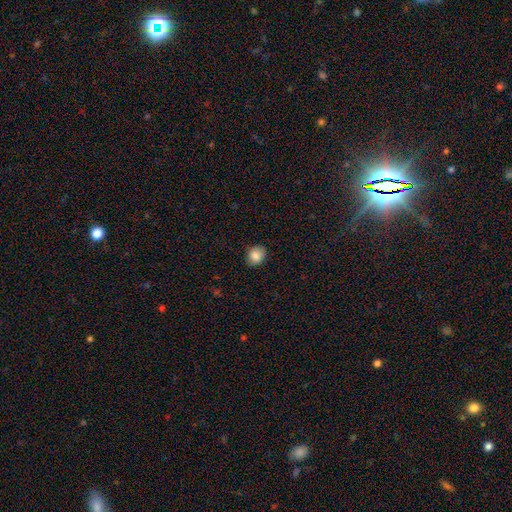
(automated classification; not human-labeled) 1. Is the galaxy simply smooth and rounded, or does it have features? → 87% smooth, 8% star or artifact, 5% featured or disk.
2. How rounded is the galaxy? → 53% round, 46% in between, 1% cigar-shaped.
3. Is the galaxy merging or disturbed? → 84% none, 12% minor disturbance, 2% major disturbance, 1% merger.